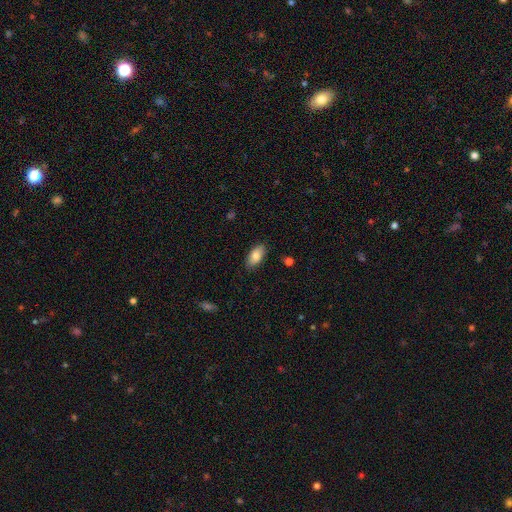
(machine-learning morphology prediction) type=smooth (82%); roundness=in between (93%); merging=none (86%).